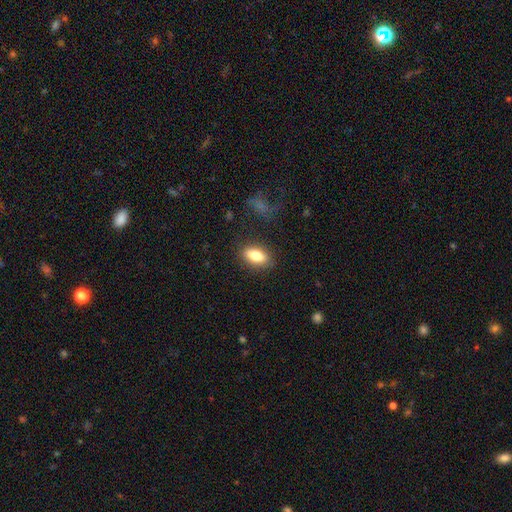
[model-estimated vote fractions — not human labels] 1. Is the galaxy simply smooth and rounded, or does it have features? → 78% smooth, 15% featured or disk, 8% star or artifact.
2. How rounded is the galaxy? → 81% in between, 14% cigar-shaped, 5% round.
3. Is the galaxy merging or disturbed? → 85% none, 10% minor disturbance, 3% major disturbance, 2% merger.